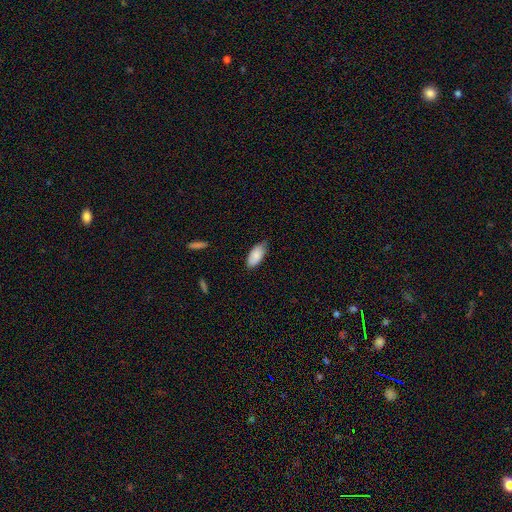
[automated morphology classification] A smooth galaxy with no disk features (87%) that is in between round and cigar-shaped (93%).

Vote fractions:
- Smooth or featured? smooth: 87% / featured or disk: 7% / star or artifact: 6%
- How rounded? in between: 93% / cigar-shaped: 5% / round: 2%
- Merging? none: 70% / minor disturbance: 26% / major disturbance: 3% / merger: 1%